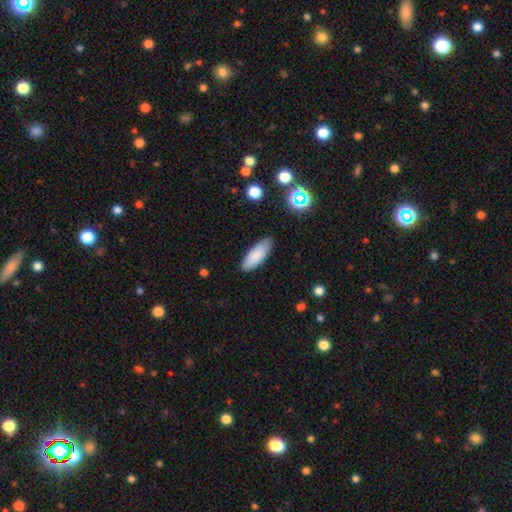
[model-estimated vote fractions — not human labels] Overall: smooth (87%). How rounded: in between (66%; cigar-shaped 32%). Merging: none (85%).